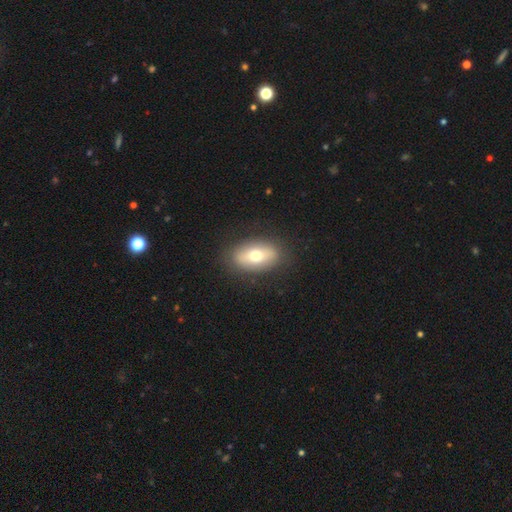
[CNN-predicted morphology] smooth_or_featured: smooth (p=0.63) [alt: featured or disk p=0.29]
how_rounded: in between (p=0.87) [alt: round p=0.08]
merging: none (p=0.87) [alt: minor disturbance p=0.09]